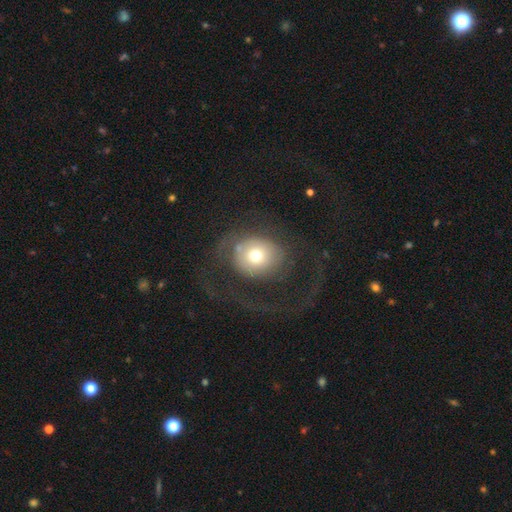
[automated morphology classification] This appears to be a smooth galaxy with no disk features (55%) that is round (75%). Merging: major disturbance (43%).